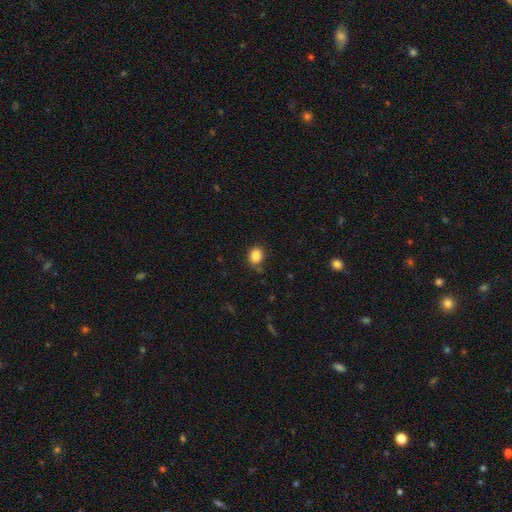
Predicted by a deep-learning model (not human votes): smooth-or-featured: smooth: 86% | star or artifact: 10% | featured or disk: 4%
  how-rounded: round: 62% | in between: 37% | cigar-shaped: 1%
  merging: none: 76% | minor disturbance: 17% | major disturbance: 4% | merger: 3%